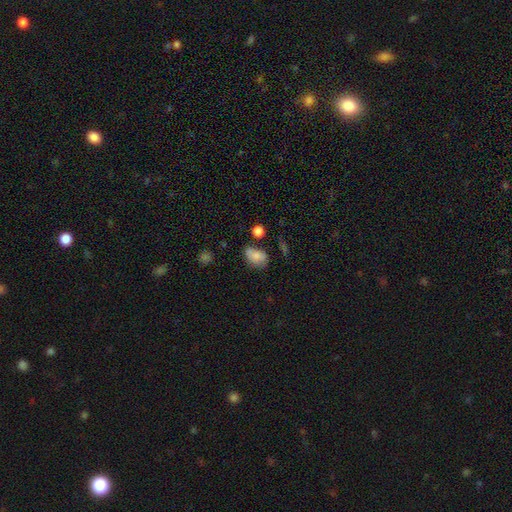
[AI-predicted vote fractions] A smooth galaxy with no disk features (78%) that is in between round and cigar-shaped (81%).

Vote fractions:
- Smooth or featured? smooth: 78% / featured or disk: 13% / star or artifact: 9%
- How rounded? in between: 81% / round: 18% / cigar-shaped: 2%
- Merging? none: 54% / minor disturbance: 29% / major disturbance: 9% / merger: 8%